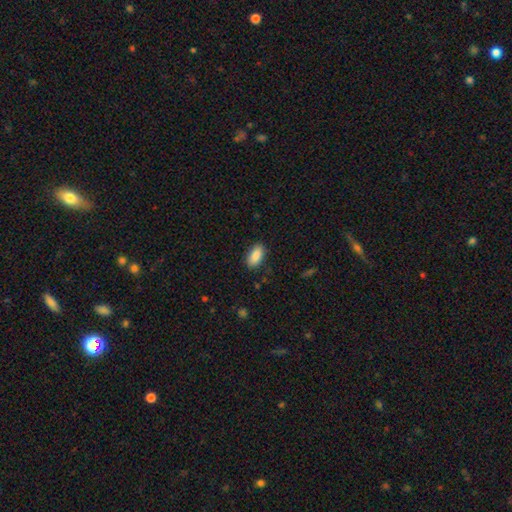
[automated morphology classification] Smooth or featured? Predicted: smooth (p=0.89). How rounded? Predicted: in between (p=0.92). Merging? Predicted: none (p=0.87).